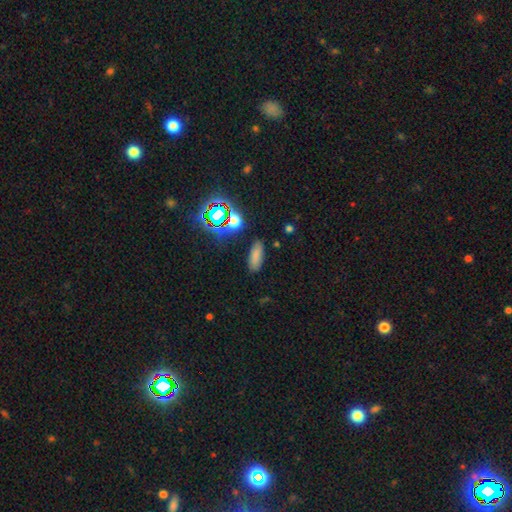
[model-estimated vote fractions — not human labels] smooth 74%, star or artifact 19%, featured or disk 7%. Down the decision tree: how rounded — in between (71%); merging — none (84%).